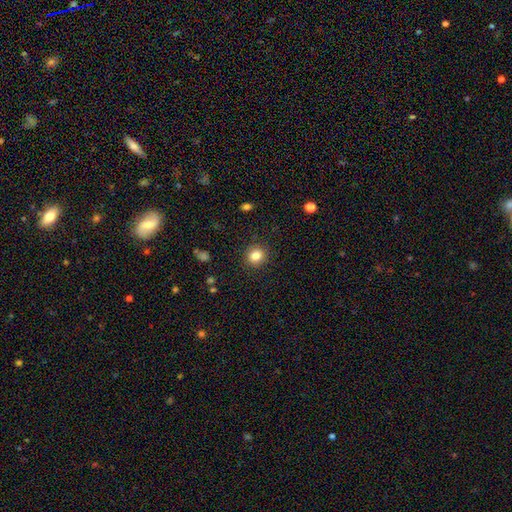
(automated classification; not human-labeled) A smooth galaxy with no disk features (83%) that is round (86%).

Vote fractions:
- Smooth or featured? smooth: 83% / star or artifact: 11% / featured or disk: 6%
- How rounded? round: 86% / in between: 13% / cigar-shaped: 1%
- Merging? none: 90% / minor disturbance: 6% / major disturbance: 2% / merger: 1%